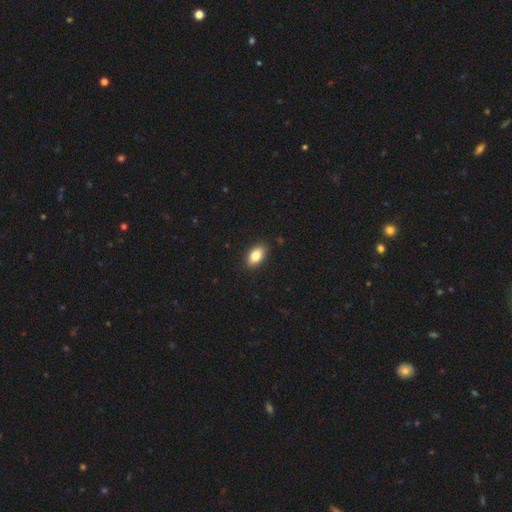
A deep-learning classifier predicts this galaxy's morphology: This appears to be a smooth galaxy with no disk features (83%) that is in between round and cigar-shaped (91%). Merging: none (89%).